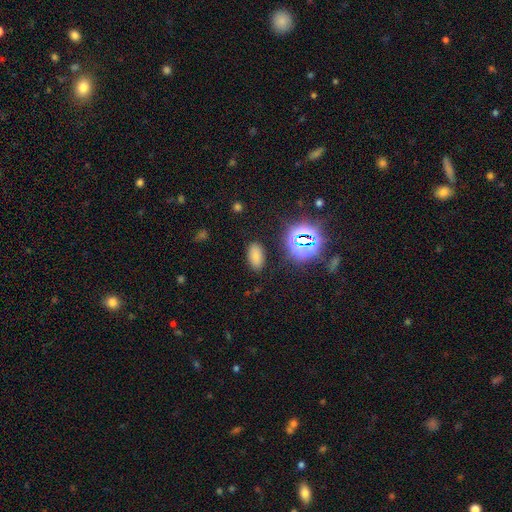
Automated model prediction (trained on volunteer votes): Smooth or featured? Predicted: smooth (p=0.72). How rounded? Predicted: in between (p=0.92). Merging? Predicted: none (p=0.87).